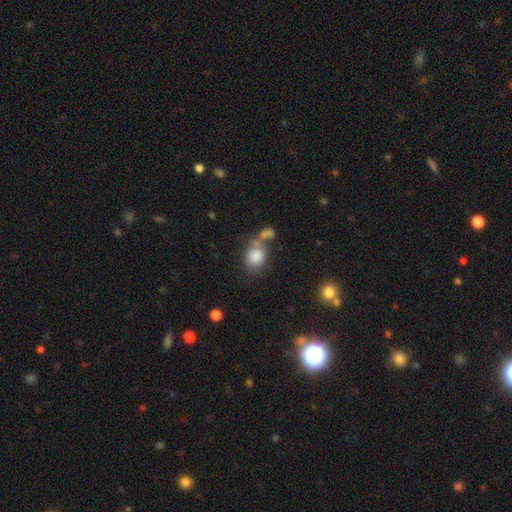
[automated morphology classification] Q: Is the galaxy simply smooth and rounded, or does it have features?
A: smooth — 83%.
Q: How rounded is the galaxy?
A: round — 63%.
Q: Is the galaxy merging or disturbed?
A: none — 44%.